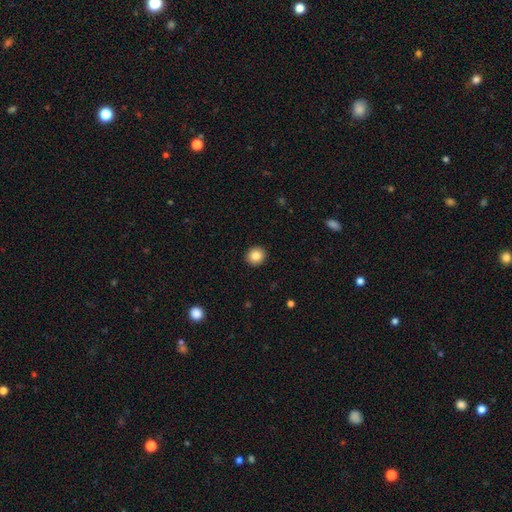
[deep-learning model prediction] Overall: smooth (85%). How rounded: round (92%). Merging: none (93%).